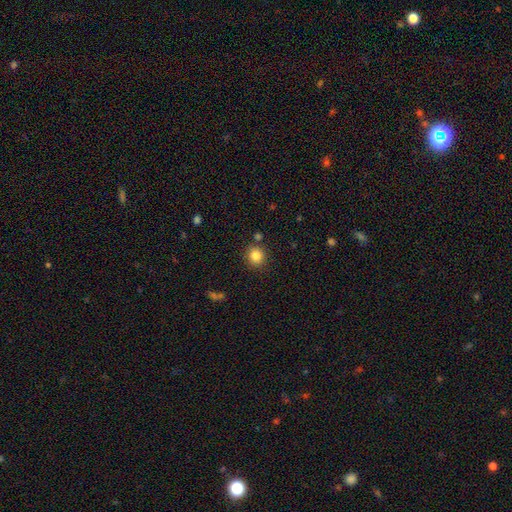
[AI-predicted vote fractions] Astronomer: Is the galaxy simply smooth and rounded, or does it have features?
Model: smooth — 84%.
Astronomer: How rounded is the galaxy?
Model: round — 88%.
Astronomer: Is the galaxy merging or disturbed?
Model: none — 85%.